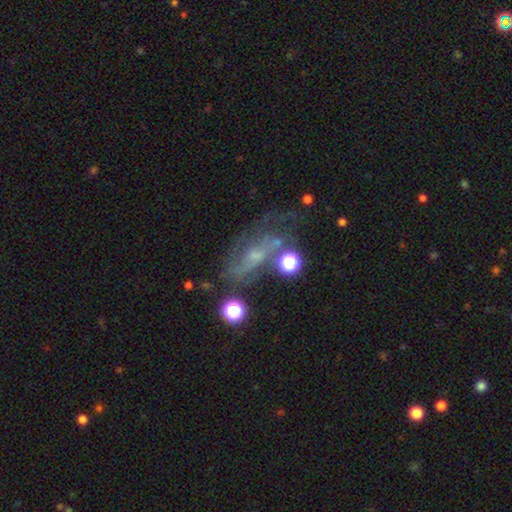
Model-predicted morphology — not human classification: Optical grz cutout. It shows a featured or disk galaxy (62%) with no bar (50%), spiral arms (79%) and a small central bulge (60%). Merging: none (48%).